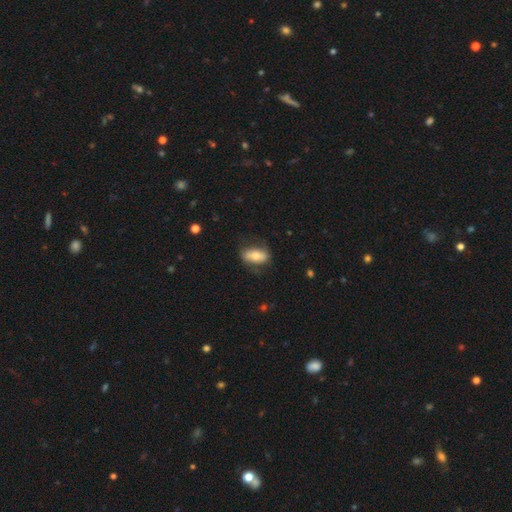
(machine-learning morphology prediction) Smooth or featured? Predicted: smooth (p=0.62). How rounded? Predicted: in between (p=0.84). Merging? Predicted: none (p=0.71).